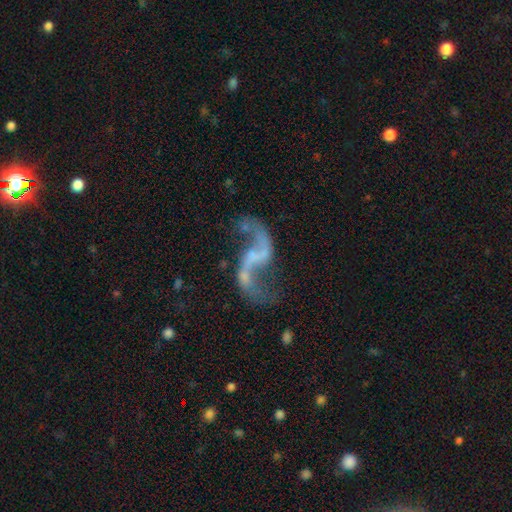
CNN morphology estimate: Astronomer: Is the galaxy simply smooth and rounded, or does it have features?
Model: featured or disk — 89%.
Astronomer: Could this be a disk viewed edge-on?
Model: no — 97%.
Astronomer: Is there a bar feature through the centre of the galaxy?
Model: weak — 39%, tied with no at 39%.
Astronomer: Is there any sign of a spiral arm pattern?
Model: yes — 94%.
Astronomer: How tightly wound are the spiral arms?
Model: loose — 91%.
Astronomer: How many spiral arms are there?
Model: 2 — 93%.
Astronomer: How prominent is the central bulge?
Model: none — 57%.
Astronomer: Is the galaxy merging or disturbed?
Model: none — 61%.